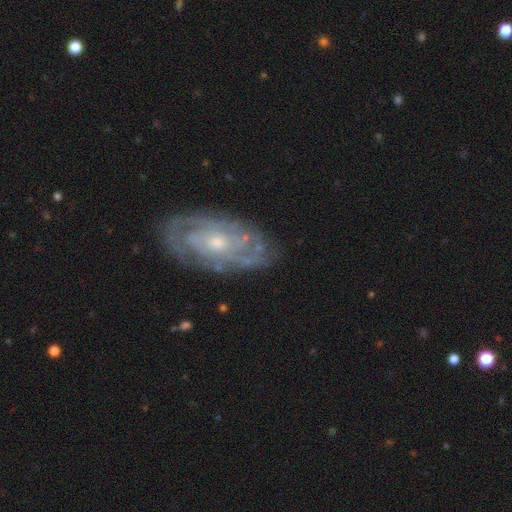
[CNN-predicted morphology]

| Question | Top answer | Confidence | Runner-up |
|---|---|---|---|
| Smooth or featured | featured or disk | 79% | smooth (12%) |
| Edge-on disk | no | 93% | yes (7%) |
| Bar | no | 68% | weak (25%) |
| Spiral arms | yes | 91% | no (9%) |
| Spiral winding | tight | 74% | medium (21%) |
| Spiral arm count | can't tell | 42% | 2 (24%) |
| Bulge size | small | 58% | moderate (38%) |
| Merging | none | 84% | minor disturbance (11%) |